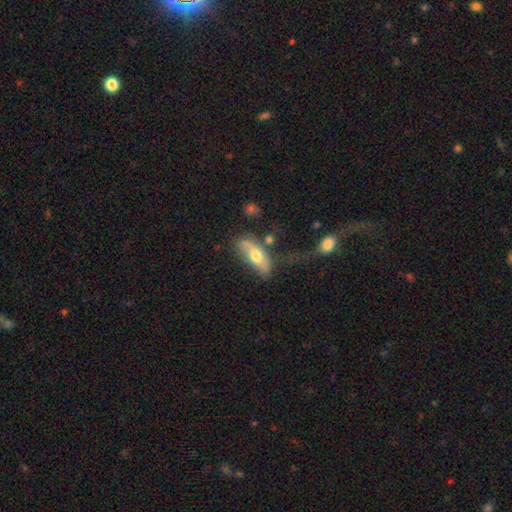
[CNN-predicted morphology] smooth-or-featured: smooth: 56% | featured or disk: 37% | star or artifact: 6%
  how-rounded: in between: 78% | cigar-shaped: 18% | round: 3%
  merging: none: 43% | minor disturbance: 25% | major disturbance: 18% | merger: 13%